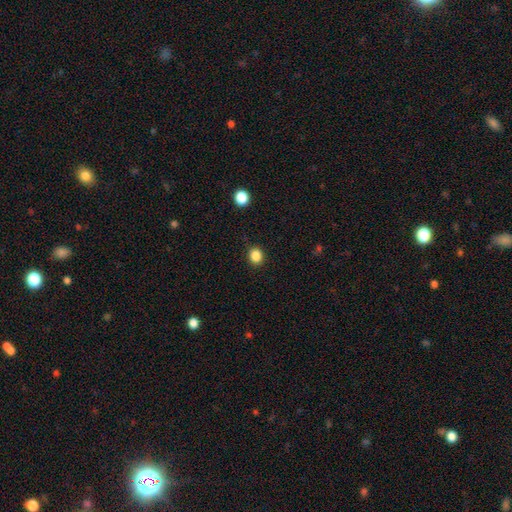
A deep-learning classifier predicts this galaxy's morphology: Smooth or featured? smooth (86%)
How rounded? round (74%)
Merging? none (89%)